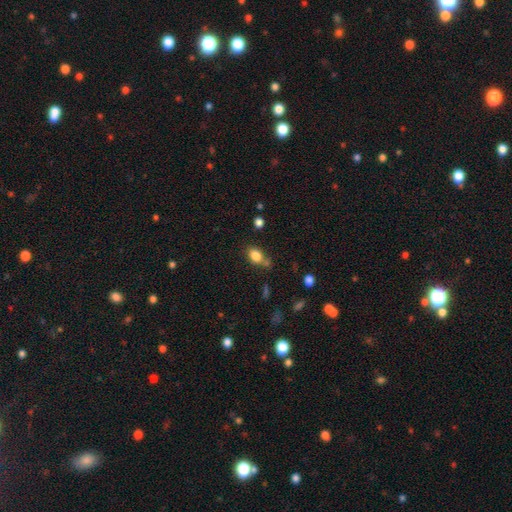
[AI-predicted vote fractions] A smooth galaxy with no disk features (82%) that is in between round and cigar-shaped (74%). Merging: none (59%).